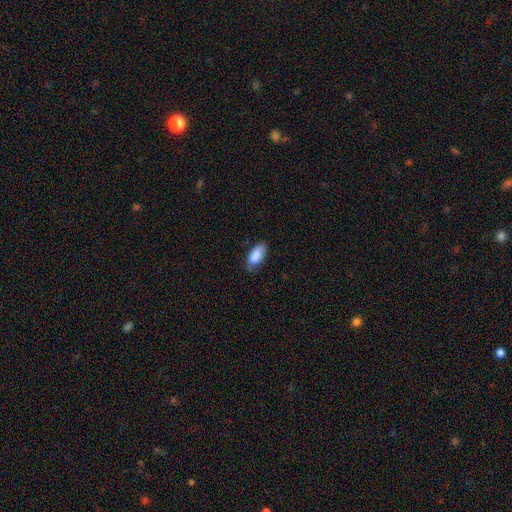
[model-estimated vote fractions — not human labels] Morphology: type=smooth (87%); roundness=in between (89%); merging=none (68%).